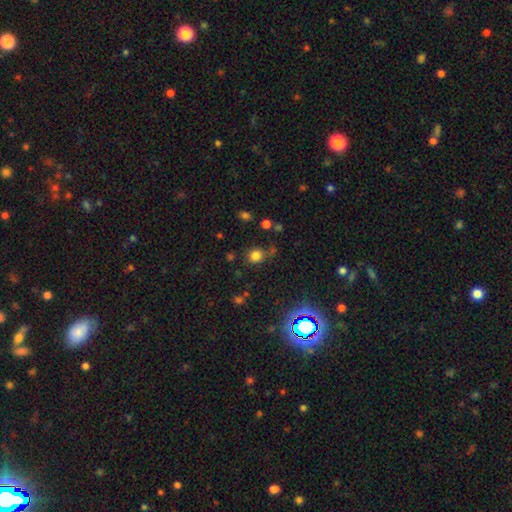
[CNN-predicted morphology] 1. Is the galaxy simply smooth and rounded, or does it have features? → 77% smooth, 17% star or artifact, 6% featured or disk.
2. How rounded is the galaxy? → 76% round, 23% in between, 1% cigar-shaped.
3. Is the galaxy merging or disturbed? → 73% none, 15% minor disturbance, 7% merger, 6% major disturbance.